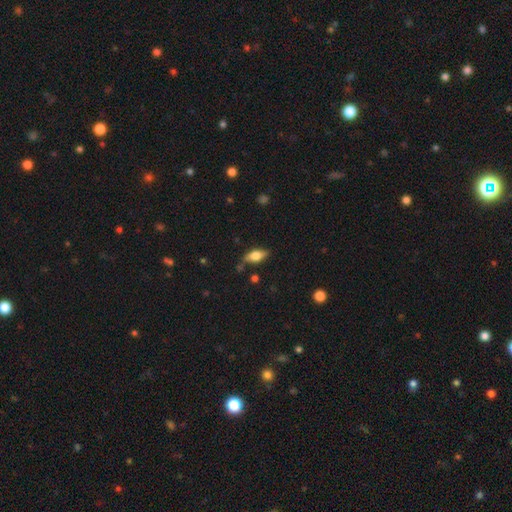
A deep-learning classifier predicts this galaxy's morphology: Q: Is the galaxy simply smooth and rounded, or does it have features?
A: smooth — 60%.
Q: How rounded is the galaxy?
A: in between — 77%.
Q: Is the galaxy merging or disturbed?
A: none — 76%.